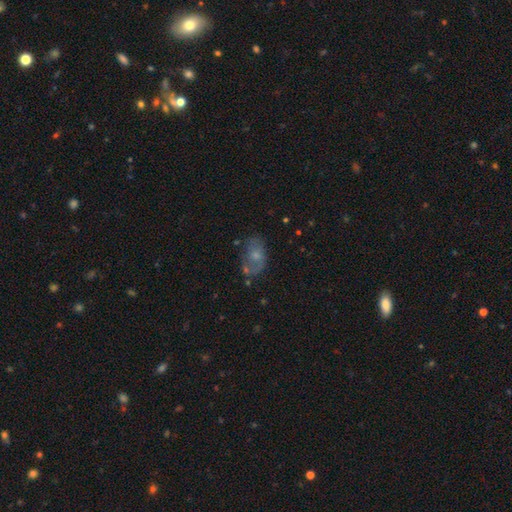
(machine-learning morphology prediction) smooth_or_featured: smooth (p=0.45) [alt: featured or disk p=0.44]
merging: none (p=0.50) [alt: minor disturbance p=0.25]